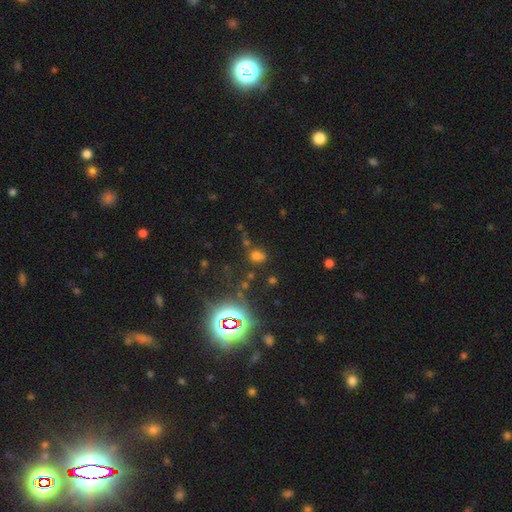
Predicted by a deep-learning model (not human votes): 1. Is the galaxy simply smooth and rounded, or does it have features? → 54% smooth, 38% star or artifact, 8% featured or disk.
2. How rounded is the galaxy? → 60% round, 38% in between, 2% cigar-shaped.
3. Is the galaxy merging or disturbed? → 69% none, 13% minor disturbance, 11% merger, 6% major disturbance.